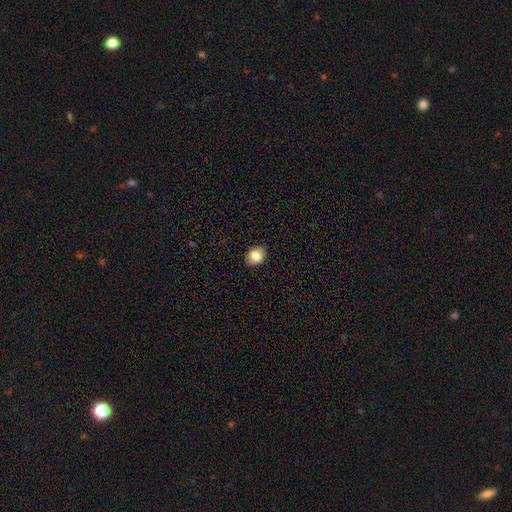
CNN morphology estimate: The model was most divided on "how rounded": round: 52%, in between: 47%, cigar-shaped: 1%. More confident: merging — none (88%); smooth or featured — smooth (83%).